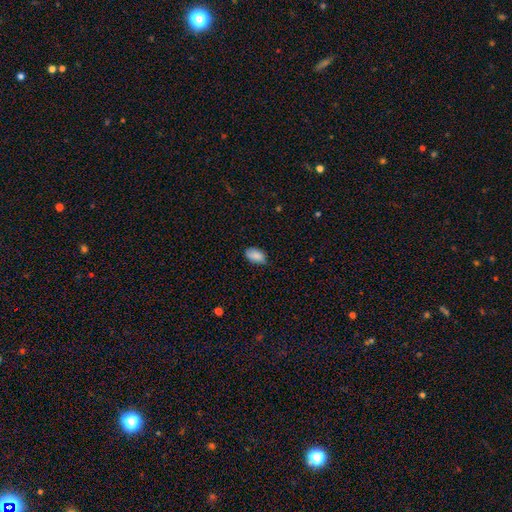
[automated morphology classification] A smooth galaxy with no disk features (86%) that is in between round and cigar-shaped (93%). Merging: none (71%).